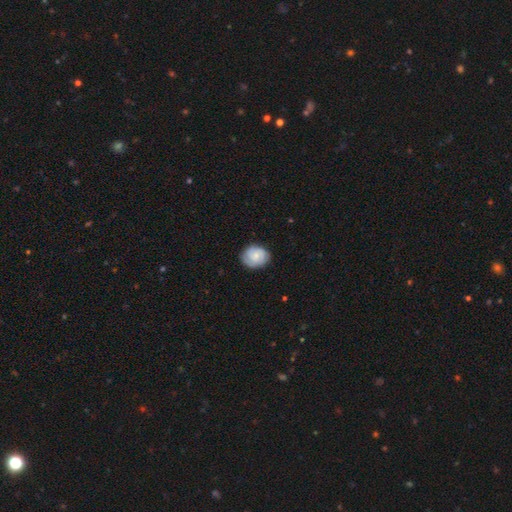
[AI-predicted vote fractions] This is likely a smooth galaxy (63%). How rounded: possibly round (57%). Merging: likely none (79%).